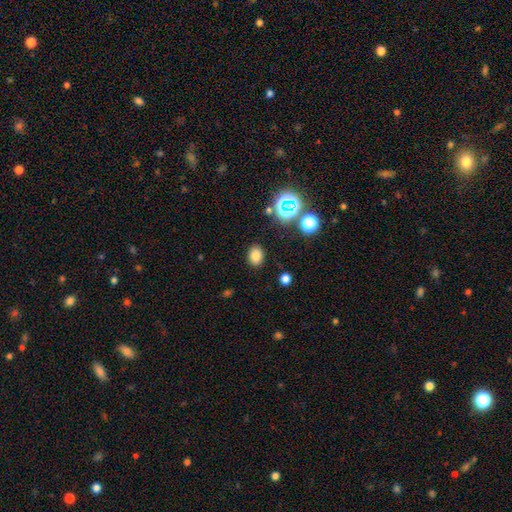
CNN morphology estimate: Smooth or featured?
  - smooth: 78% *
  - star or artifact: 16%
  - featured or disk: 6%
How rounded?
  - in between: 63% *
  - round: 36%
  - cigar-shaped: 1%
Merging?
  - none: 87% *
  - minor disturbance: 8%
  - major disturbance: 3%
  - merger: 2%